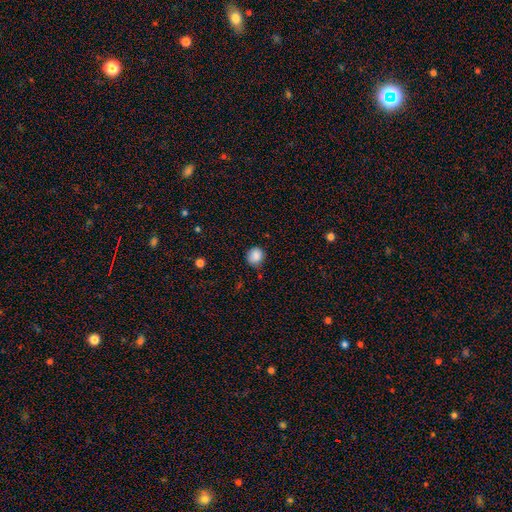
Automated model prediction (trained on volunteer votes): smooth 87%, star or artifact 9%, featured or disk 4%. Down the decision tree: how rounded — round (78%); merging — none (74%).